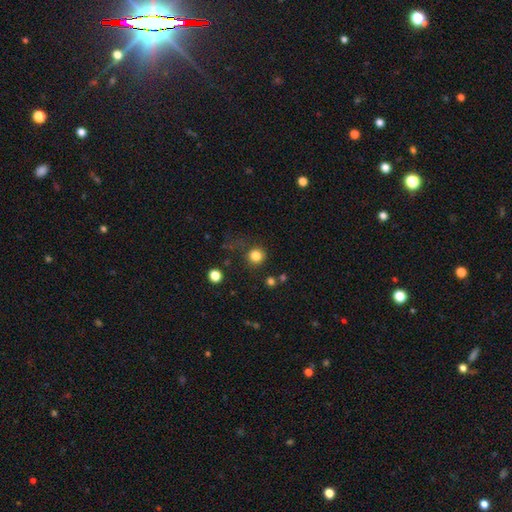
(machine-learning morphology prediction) A smooth galaxy with no disk features (83%) that is round (92%). Merging: none (80%).